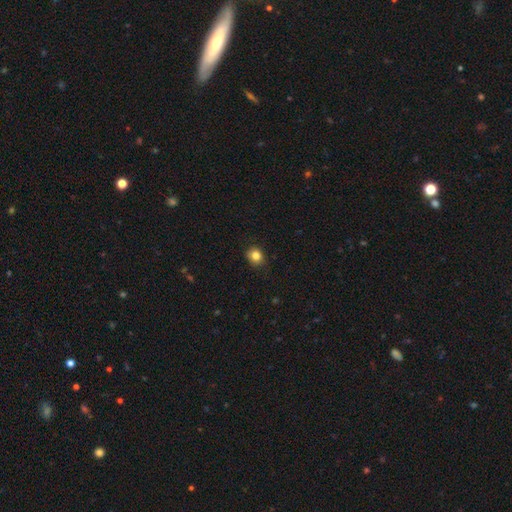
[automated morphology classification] smooth 83%, star or artifact 11%, featured or disk 6%. Down the decision tree: how rounded — round (72%); merging — none (86%).